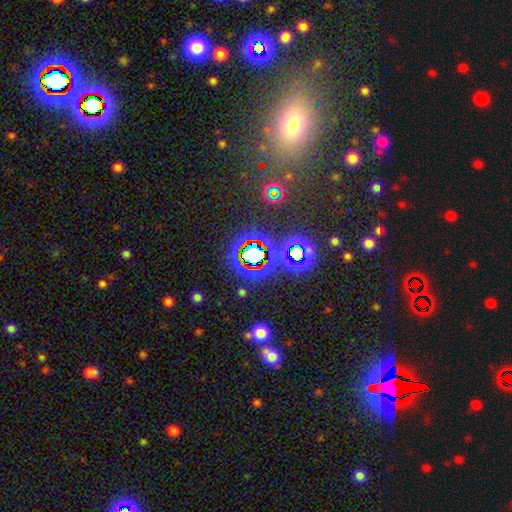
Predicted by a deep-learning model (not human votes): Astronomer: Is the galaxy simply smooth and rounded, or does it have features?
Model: star or artifact — 74%.